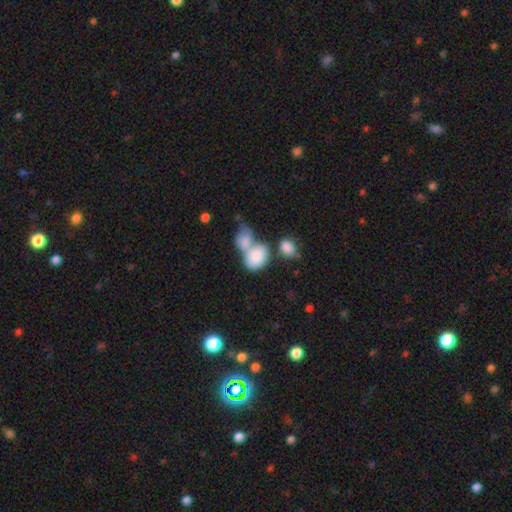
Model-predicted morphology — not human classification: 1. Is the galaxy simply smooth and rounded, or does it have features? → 81% smooth, 12% featured or disk, 6% star or artifact.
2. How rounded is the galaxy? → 73% in between, 26% round, 1% cigar-shaped.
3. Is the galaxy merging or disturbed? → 66% merger, 21% none, 8% minor disturbance, 5% major disturbance.